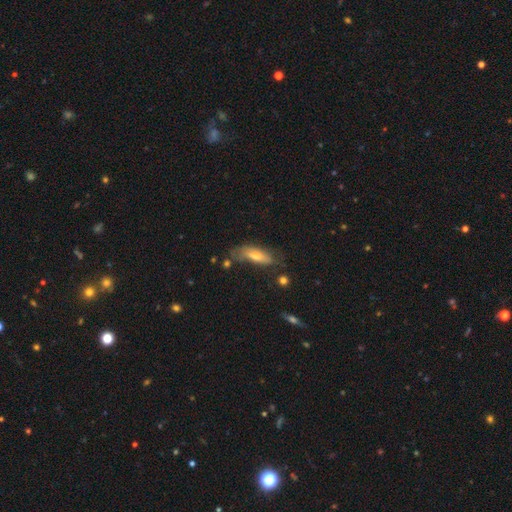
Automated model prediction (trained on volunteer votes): smooth_or_featured: smooth (p=0.63) [alt: featured or disk p=0.28]
how_rounded: in between (p=0.54) [alt: cigar-shaped p=0.44]
merging: none (p=0.53) [alt: minor disturbance p=0.29]